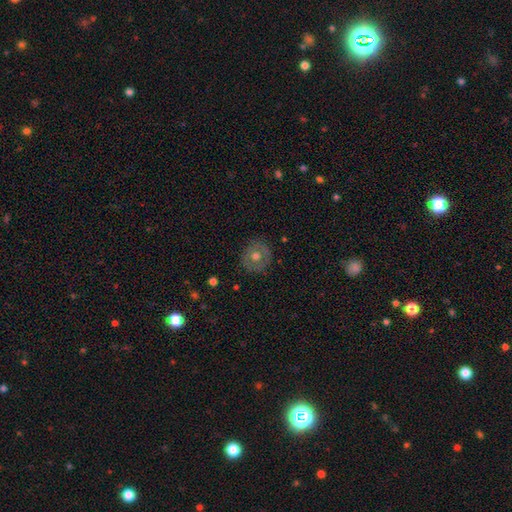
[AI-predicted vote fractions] This is possibly a smooth galaxy (50%). Merging: clearly none (85%).